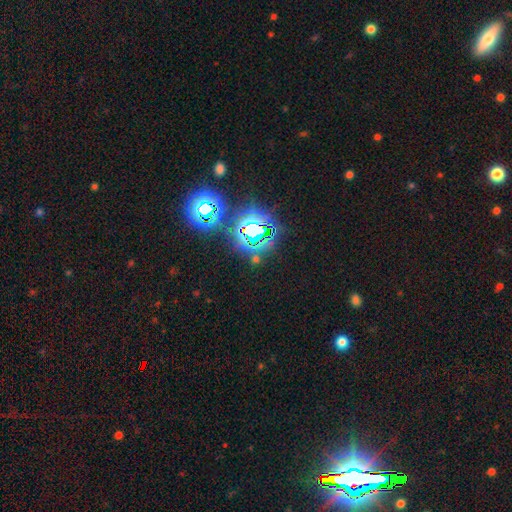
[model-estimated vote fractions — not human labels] Morphology: type=star or artifact (80%).